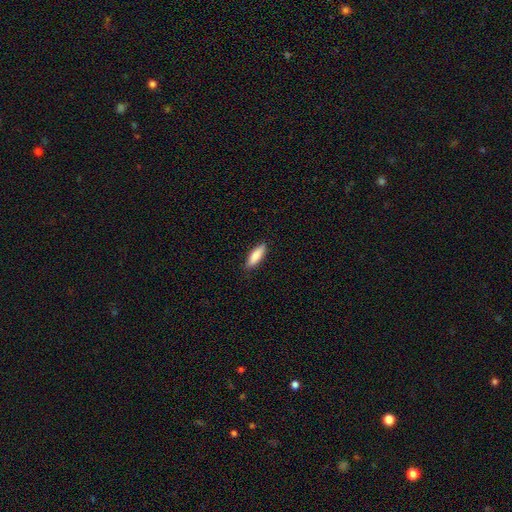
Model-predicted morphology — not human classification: Smooth or featured: smooth — 85% (featured or disk — 9%)
How rounded: in between — 51% (cigar-shaped — 47%)
Merging: none — 88% (minor disturbance — 9%)